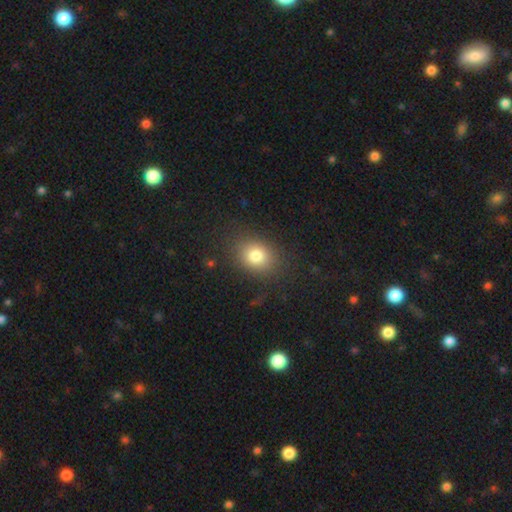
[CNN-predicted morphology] A smooth galaxy with no disk features (79%) that is round (51%). Merging: none (83%).